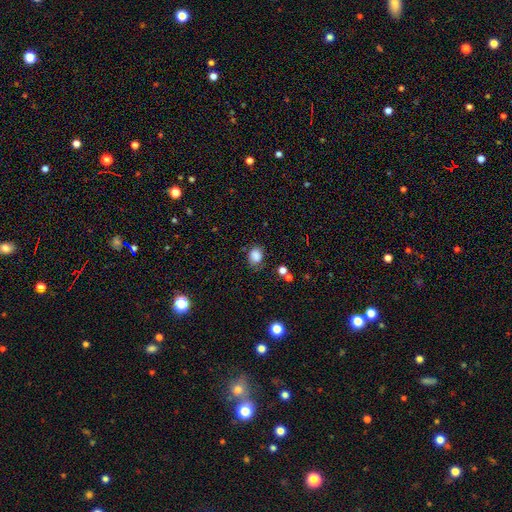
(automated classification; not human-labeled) A smooth galaxy with no disk features (84%) that is round (54%). Merging: none (70%).